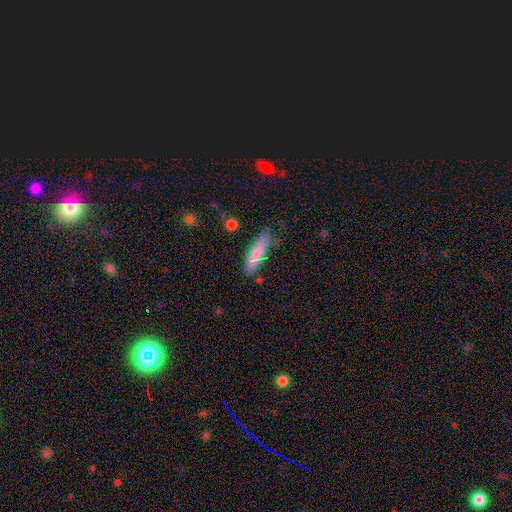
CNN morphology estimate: This is likely a smooth galaxy (75%). How rounded: likely cigar-shaped (65%). Merging: likely none (70%).